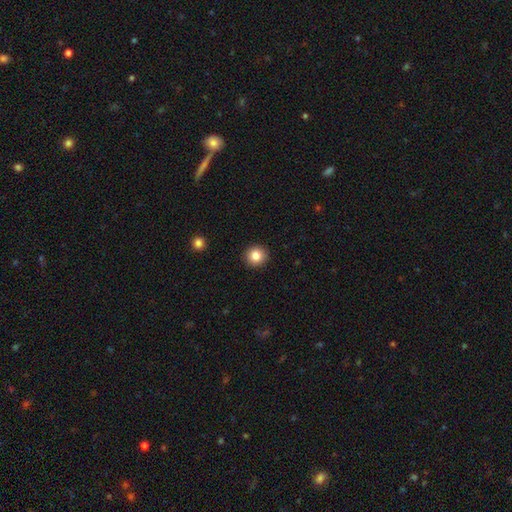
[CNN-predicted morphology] smooth-or-featured: smooth: 83% | star or artifact: 10% | featured or disk: 6%
  how-rounded: round: 94% | in between: 5% | cigar-shaped: 1%
  merging: none: 92% | minor disturbance: 5% | major disturbance: 2% | merger: 1%